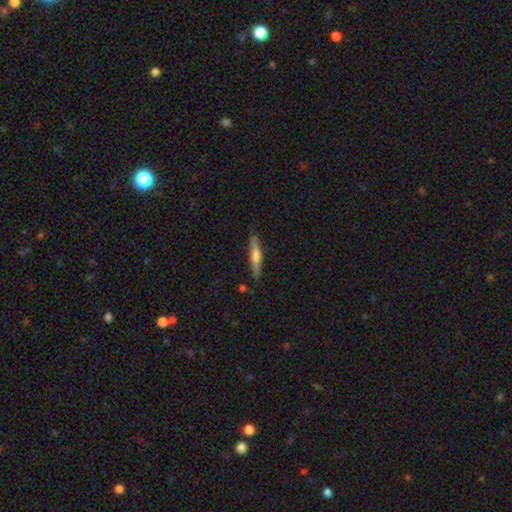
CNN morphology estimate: Q: Smooth or featured?
A: smooth (51%); runner-up: featured or disk (43%)
Q: How rounded?
A: cigar-shaped (89%); runner-up: in between (9%)
Q: Merging?
A: none (87%); runner-up: minor disturbance (10%)